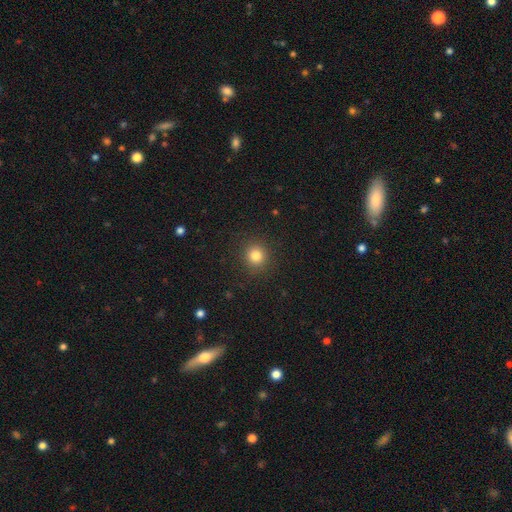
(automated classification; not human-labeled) Overall: smooth (81%). How rounded: round (92%). Merging: none (91%).